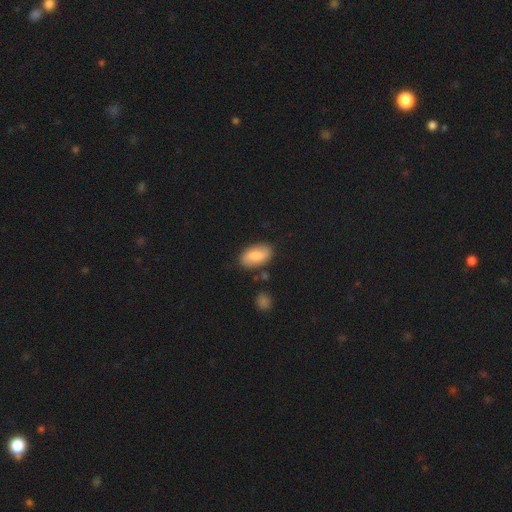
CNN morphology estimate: Overall: smooth (65%; featured or disk 28%). How rounded: in between (93%). Merging: none (80%).